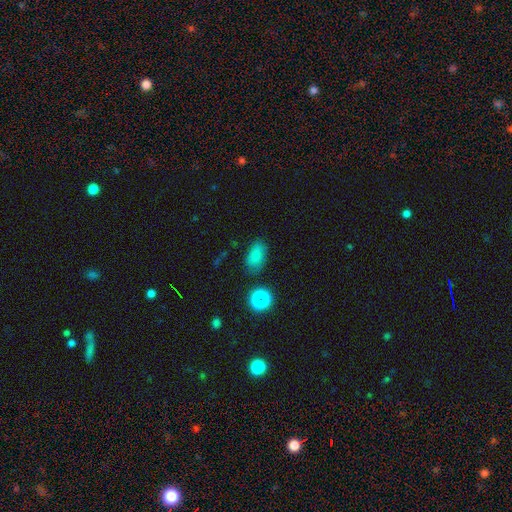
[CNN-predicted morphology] This is clearly a smooth galaxy (80%). How rounded: clearly in between (86%). Merging: likely none (78%).